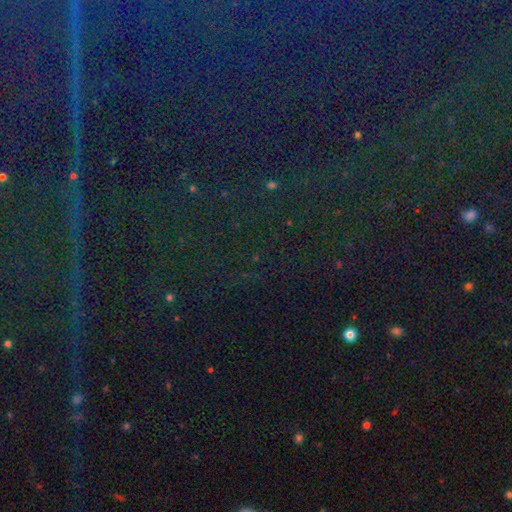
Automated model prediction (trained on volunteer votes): star or artifact 83%, smooth 9%, featured or disk 8%.